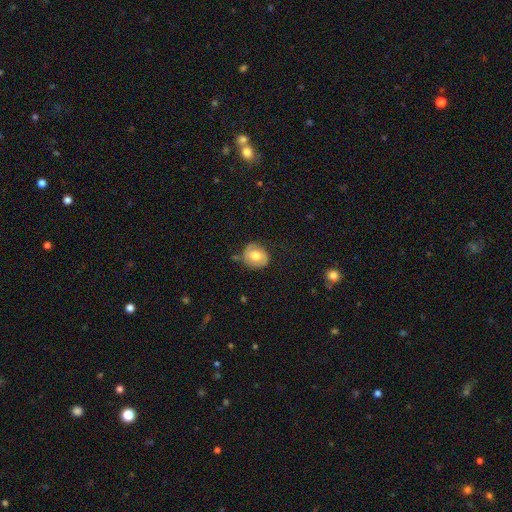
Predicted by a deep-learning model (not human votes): This appears to be a smooth galaxy with no disk features (63%) that is round (73%). Merging: none (69%).